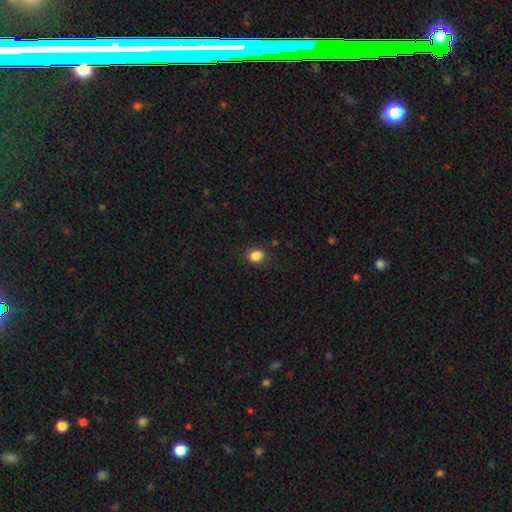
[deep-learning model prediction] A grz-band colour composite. It shows a smooth galaxy with no disk features (85%) that is round (70%). Merging: none (86%).